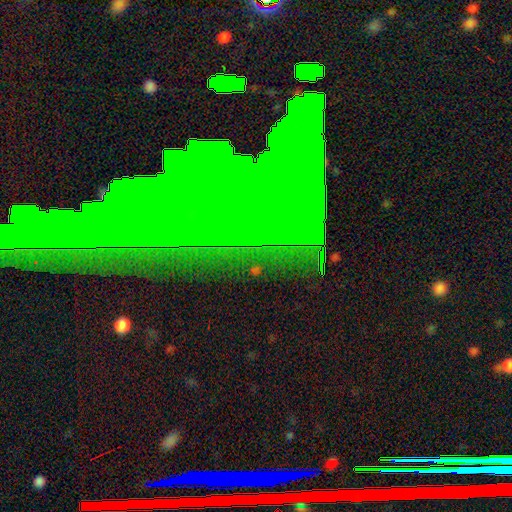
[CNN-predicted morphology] Smooth or featured? star or artifact (72%)